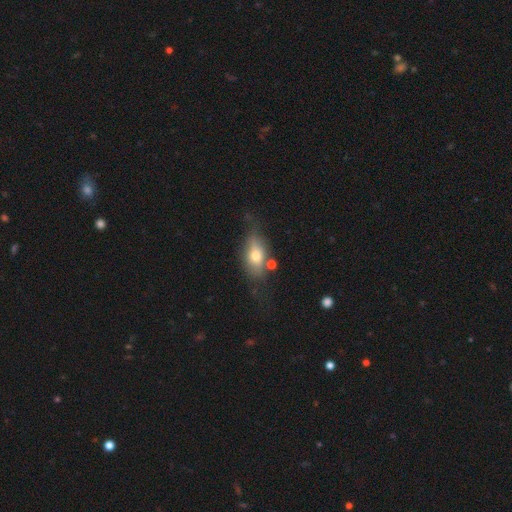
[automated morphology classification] This is likely a smooth galaxy (61%). How rounded: clearly in between (81%). Merging: likely none (62%).